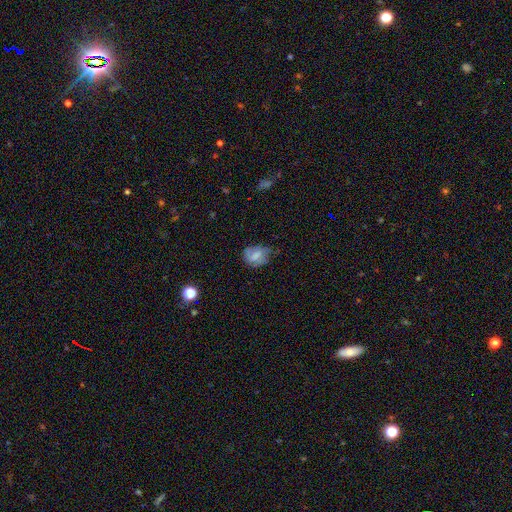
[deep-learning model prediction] Smooth or featured?
  - smooth: 62% *
  - featured or disk: 28%
  - star or artifact: 10%
How rounded?
  - in between: 55% *
  - round: 43%
  - cigar-shaped: 2%
Merging?
  - none: 48% *
  - minor disturbance: 35%
  - major disturbance: 15%
  - merger: 2%